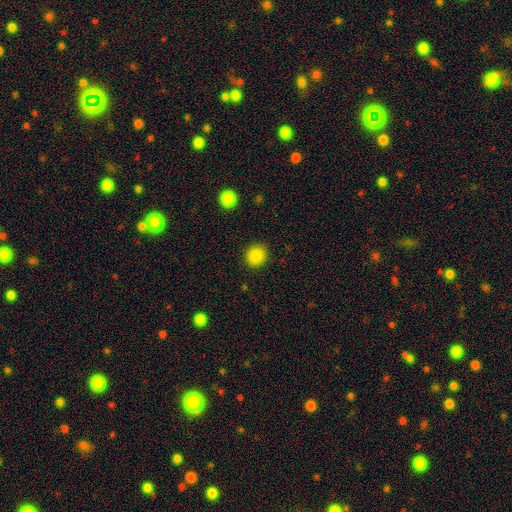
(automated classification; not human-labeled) Morphology: type=smooth (87%); roundness=round (78%); merging=none (90%).